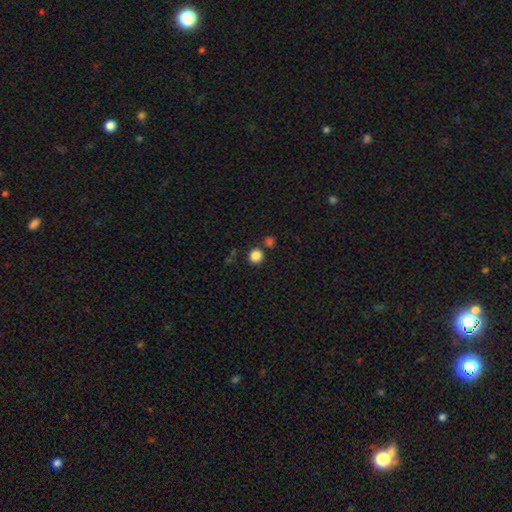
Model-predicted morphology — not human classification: The model was most divided on "merging": none: 81%, merger: 9%, minor disturbance: 7%, major disturbance: 3%. More confident: how rounded — round (91%); smooth or featured — smooth (85%).